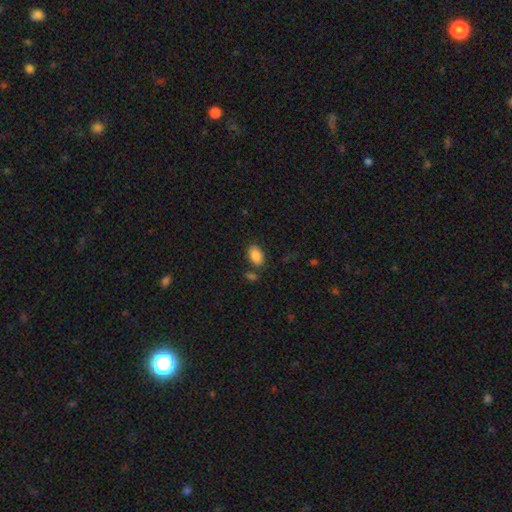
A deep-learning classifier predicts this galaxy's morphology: Smooth or featured? Predicted: smooth (p=0.88). How rounded? Predicted: in between (p=0.91). Merging? Predicted: none (p=0.77).